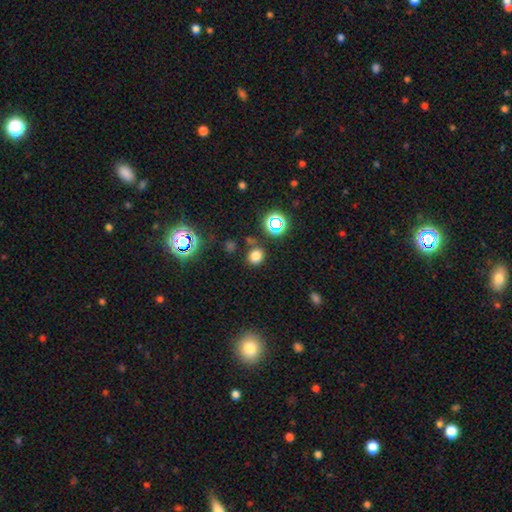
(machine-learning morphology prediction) Smooth or featured: smooth — 74% (star or artifact — 20%)
How rounded: round — 73% (in between — 26%)
Merging: none — 78% (minor disturbance — 10%)